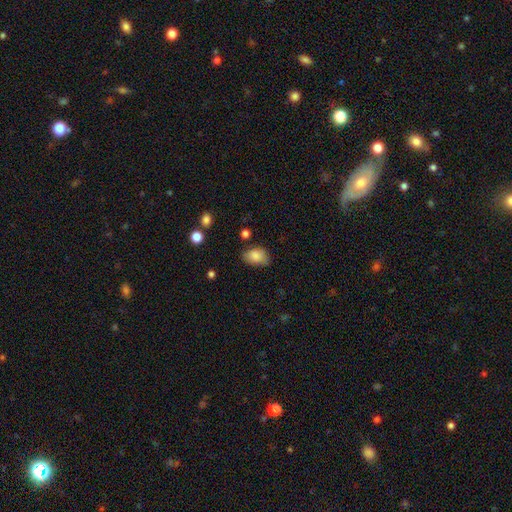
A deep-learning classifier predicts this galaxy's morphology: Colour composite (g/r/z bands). It shows a smooth galaxy with no disk features (85%) that is in between round and cigar-shaped (84%). Merging: none (69%).